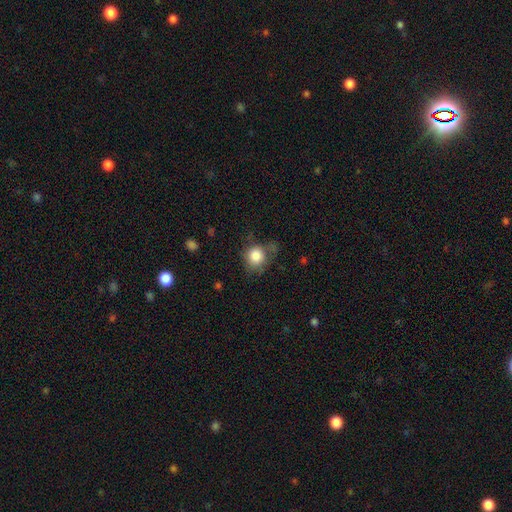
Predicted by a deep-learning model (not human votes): The model was most divided on "merging": none: 53%, minor disturbance: 29%, major disturbance: 13%, merger: 4%. More confident: smooth or featured — smooth (83%); how rounded — round (80%).